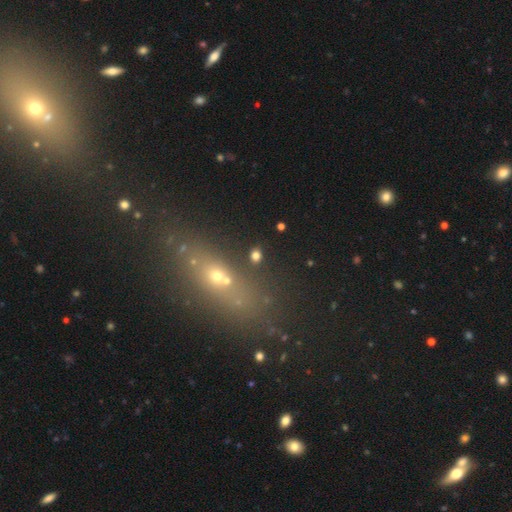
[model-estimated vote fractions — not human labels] Q: Smooth or featured?
A: smooth (72%); runner-up: star or artifact (19%)
Q: How rounded?
A: in between (50%); runner-up: round (46%)
Q: Merging?
A: none (81%); runner-up: minor disturbance (8%)